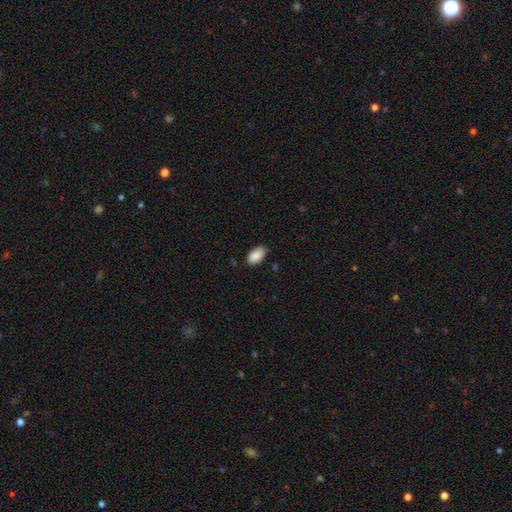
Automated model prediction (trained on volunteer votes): The model was most divided on "merging": none: 77%, minor disturbance: 19%, major disturbance: 3%, merger: 1%. More confident: how rounded — in between (94%); smooth or featured — smooth (89%).